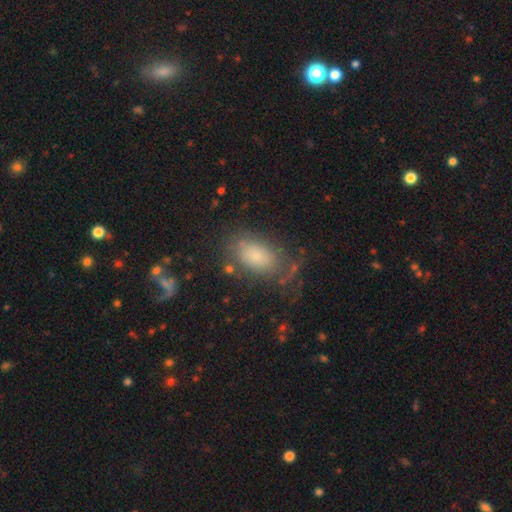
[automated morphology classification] This is likely a smooth galaxy (69%). How rounded: clearly in between (90%). Merging: possibly none (57%).